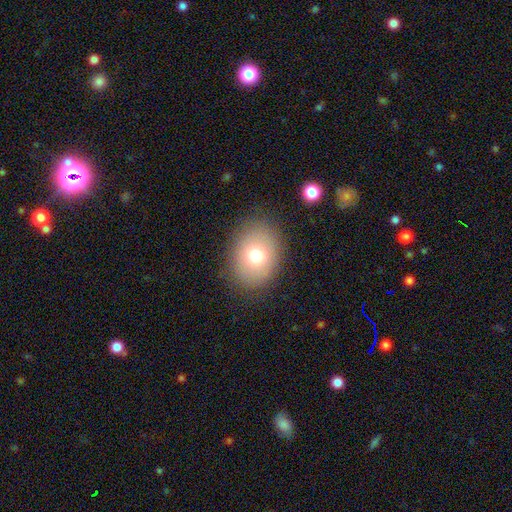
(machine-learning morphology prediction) Overall: smooth (73%). How rounded: in between (57%; round 42%). Merging: none (85%).